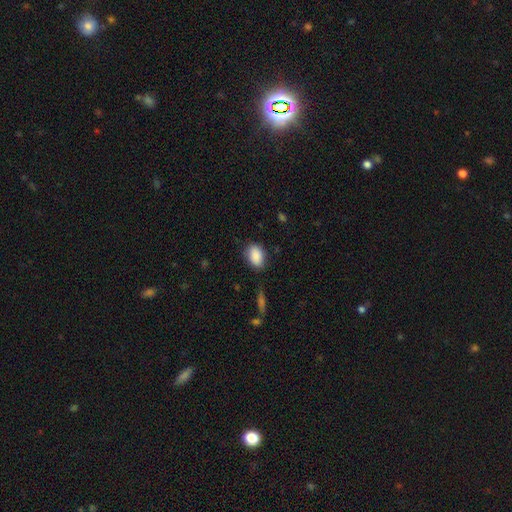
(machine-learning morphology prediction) Overall: smooth (89%). How rounded: in between (84%). Merging: none (78%).